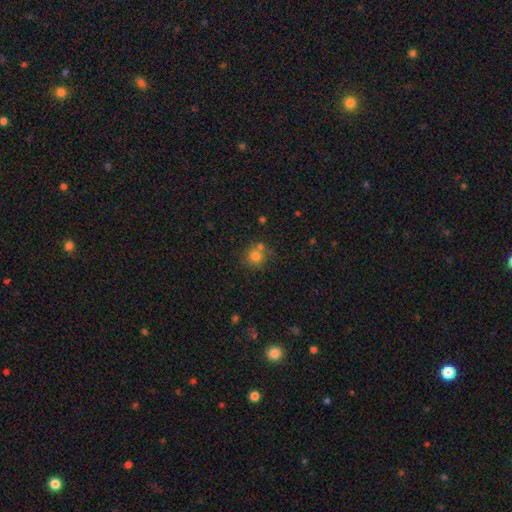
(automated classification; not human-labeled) smooth_or_featured: smooth (p=0.76) [alt: star or artifact p=0.14]
how_rounded: round (p=0.86) [alt: in between p=0.13]
merging: none (p=0.60) [alt: merger p=0.24]